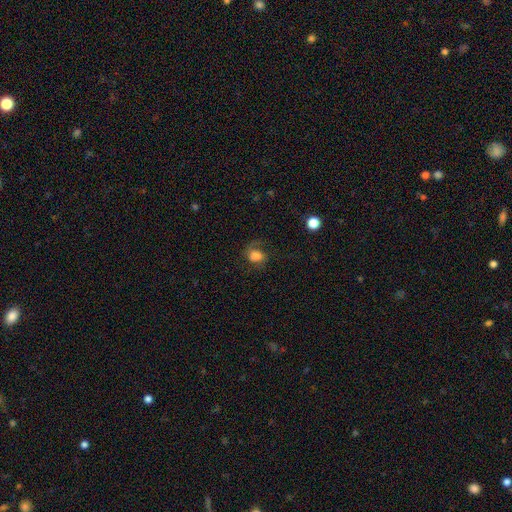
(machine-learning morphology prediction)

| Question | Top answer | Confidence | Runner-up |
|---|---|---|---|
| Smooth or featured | smooth | 51% | featured or disk (37%) |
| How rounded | round | 50% | in between (49%) |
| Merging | none | 53% | major disturbance (25%) |